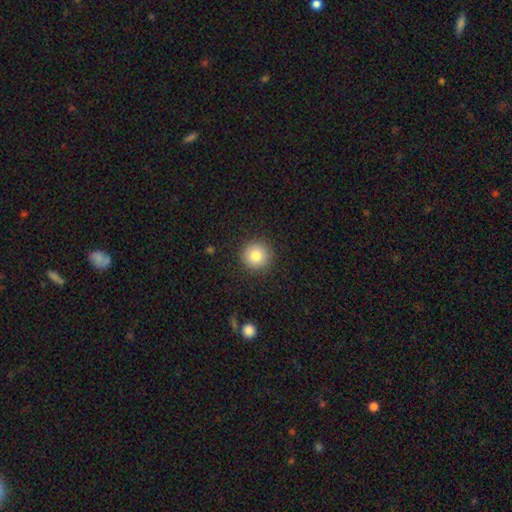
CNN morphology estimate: This appears to be a smooth galaxy with no disk features (82%) that is round (95%). Merging: none (91%).